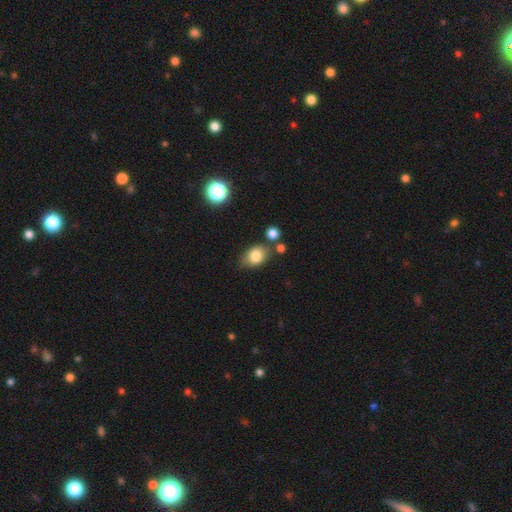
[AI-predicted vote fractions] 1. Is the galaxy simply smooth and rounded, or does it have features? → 80% smooth, 10% featured or disk, 10% star or artifact.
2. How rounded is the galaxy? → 75% in between, 23% round, 1% cigar-shaped.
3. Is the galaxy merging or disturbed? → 64% none, 20% minor disturbance, 11% merger, 5% major disturbance.